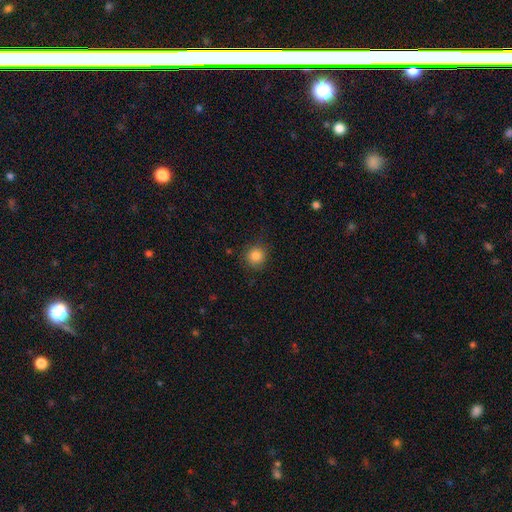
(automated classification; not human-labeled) This appears to be a smooth galaxy with no disk features (85%) that is round (91%). Merging: none (86%).